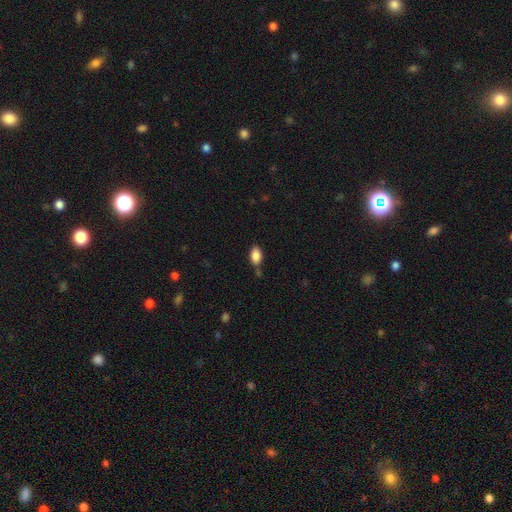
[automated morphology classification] Q: Smooth or featured?
A: smooth (86%); runner-up: star or artifact (8%)
Q: How rounded?
A: in between (92%); runner-up: round (6%)
Q: Merging?
A: none (73%); runner-up: minor disturbance (16%)